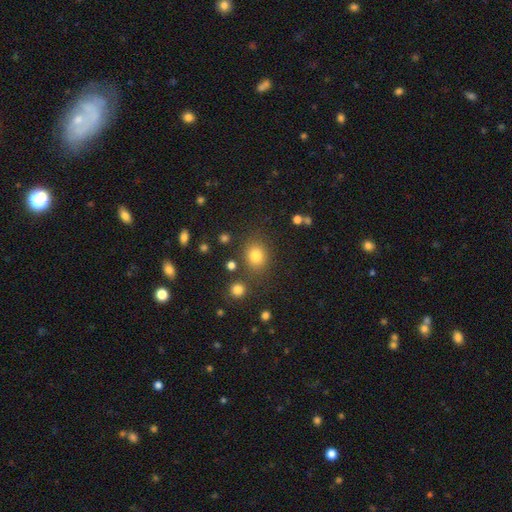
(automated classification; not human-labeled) Smooth or featured? Predicted: smooth (p=0.79). How rounded? Predicted: round (p=0.67). Merging? Predicted: none (p=0.80).